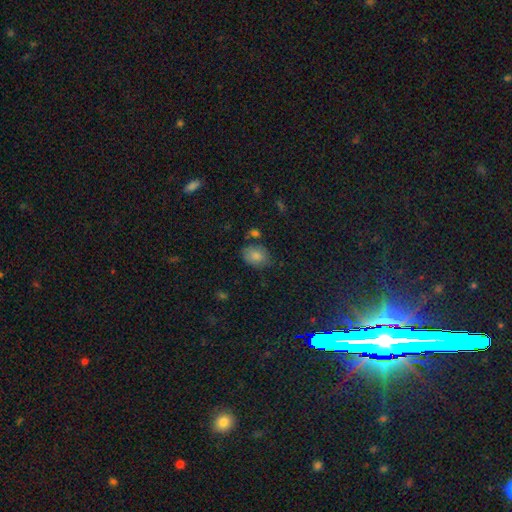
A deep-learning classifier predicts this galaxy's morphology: This is clearly a smooth galaxy (81%). How rounded: likely in between (68%). Merging: likely none (66%).